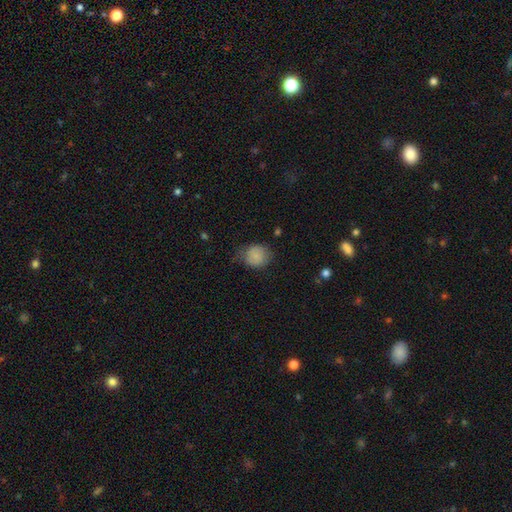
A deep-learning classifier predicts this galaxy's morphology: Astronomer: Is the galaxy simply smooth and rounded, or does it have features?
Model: smooth — 81%.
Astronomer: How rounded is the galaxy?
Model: round — 74%.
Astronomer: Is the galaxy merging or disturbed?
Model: none — 64%.